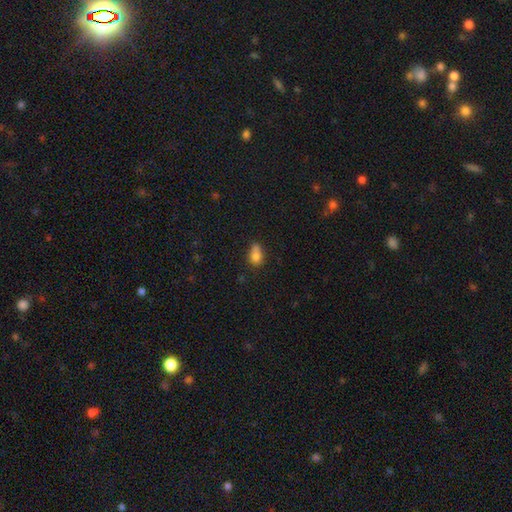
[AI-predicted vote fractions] Smooth or featured?
  - smooth: 78% *
  - featured or disk: 11%
  - star or artifact: 11%
How rounded?
  - in between: 68% *
  - round: 29%
  - cigar-shaped: 3%
Merging?
  - none: 38% *
  - minor disturbance: 26%
  - merger: 25%
  - major disturbance: 10%